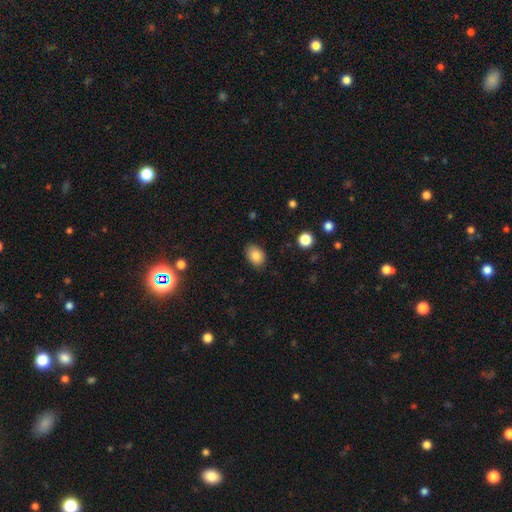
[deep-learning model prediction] Q: Smooth or featured?
A: smooth (85%); runner-up: star or artifact (9%)
Q: How rounded?
A: in between (75%); runner-up: round (24%)
Q: Merging?
A: none (83%); runner-up: minor disturbance (13%)